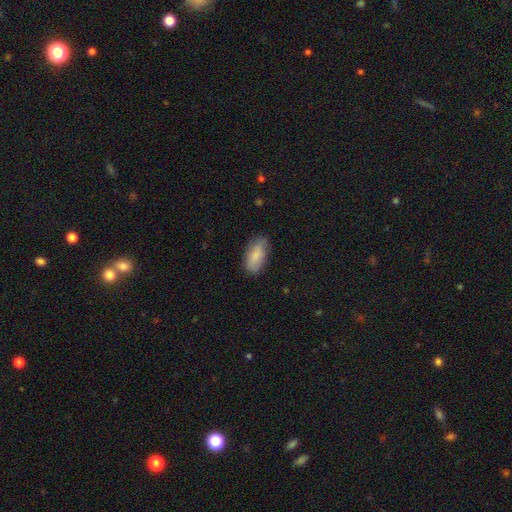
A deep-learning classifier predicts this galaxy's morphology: Smooth or featured? smooth (82%)
How rounded? in between (91%)
Merging? none (76%)